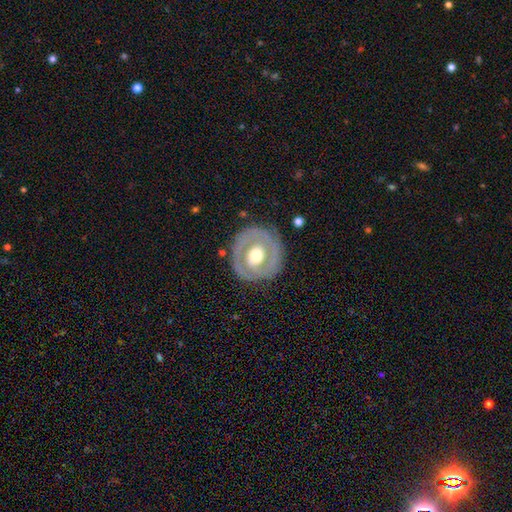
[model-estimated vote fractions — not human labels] featured or disk 65%, smooth 30%, star or artifact 5%. Down the decision tree: edge-on disk — no (96%); bar — no (71%); spiral arms — no (71%); bulge size — moderate (62%); merging — none (81%).